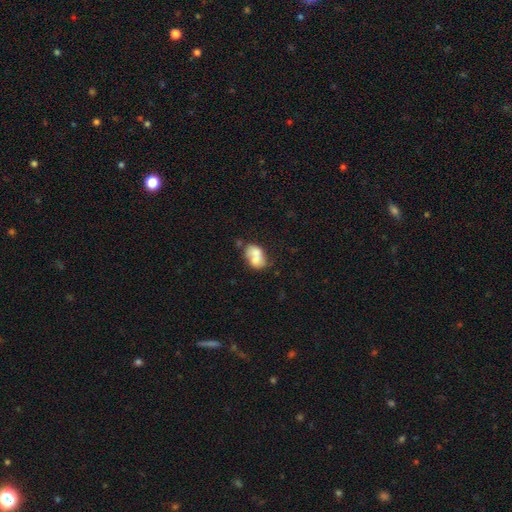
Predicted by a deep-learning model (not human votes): Smooth or featured?
  - smooth: 66% *
  - featured or disk: 26%
  - star or artifact: 8%
How rounded?
  - in between: 77% *
  - round: 21%
  - cigar-shaped: 2%
Merging?
  - merger: 51% *
  - none: 26%
  - minor disturbance: 15%
  - major disturbance: 8%